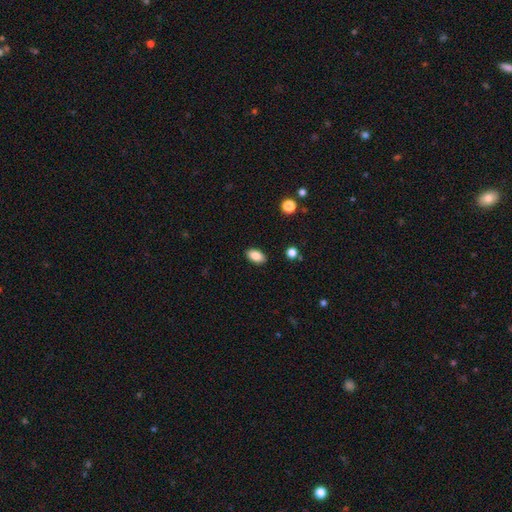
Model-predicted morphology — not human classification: Smooth or featured: smooth — 87% (star or artifact — 8%)
How rounded: in between — 91% (round — 7%)
Merging: none — 89% (minor disturbance — 8%)